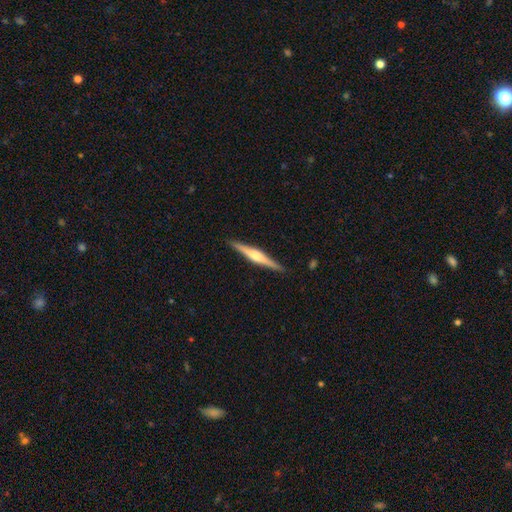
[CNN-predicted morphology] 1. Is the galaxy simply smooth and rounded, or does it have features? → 73% featured or disk, 22% smooth, 5% star or artifact.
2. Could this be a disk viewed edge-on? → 98% yes, 2% no.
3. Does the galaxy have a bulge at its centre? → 81% rounded, 12% boxy, 7% none.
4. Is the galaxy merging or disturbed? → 91% none, 6% minor disturbance, 1% major disturbance, 1% merger.